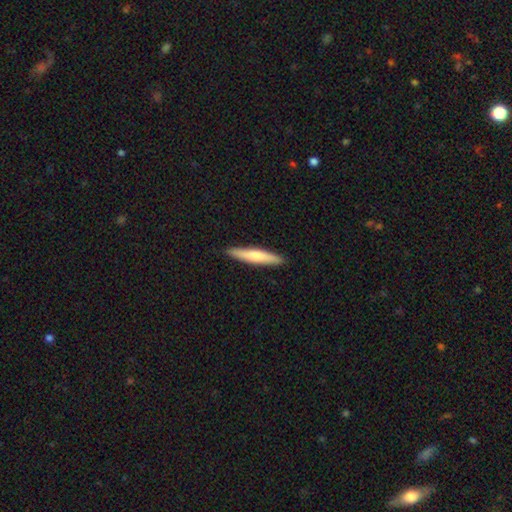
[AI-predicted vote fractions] Smooth or featured: smooth — 64% (featured or disk — 31%)
How rounded: cigar-shaped — 91% (in between — 8%)
Merging: none — 91% (minor disturbance — 7%)